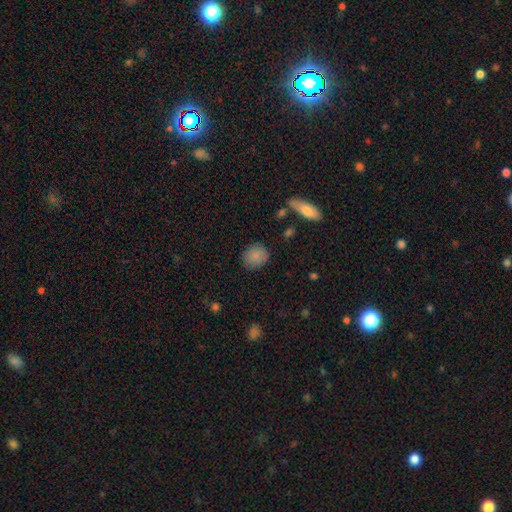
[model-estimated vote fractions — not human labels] A smooth galaxy with no disk features (84%) that is round (76%). Merging: none (83%).